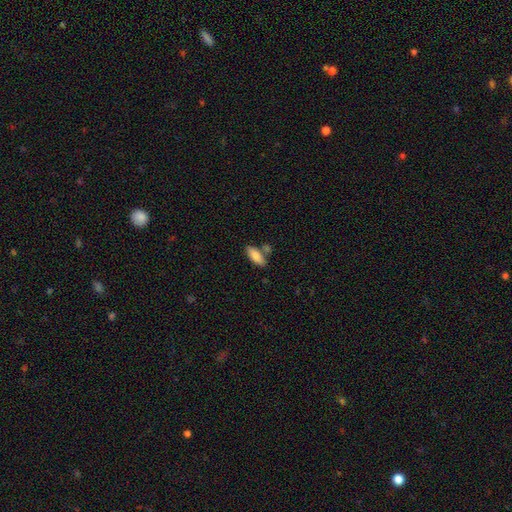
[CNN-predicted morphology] A smooth galaxy with no disk features (83%) that is in between round and cigar-shaped (77%).

Vote fractions:
- Smooth or featured? smooth: 83% / featured or disk: 10% / star or artifact: 7%
- How rounded? in between: 77% / cigar-shaped: 21% / round: 2%
- Merging? none: 67% / merger: 16% / minor disturbance: 13% / major disturbance: 3%